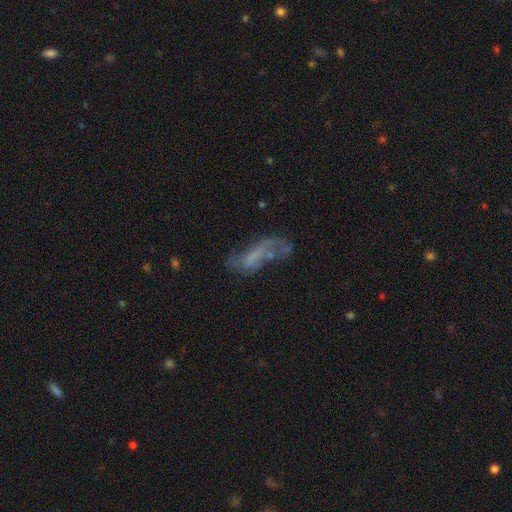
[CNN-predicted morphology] smooth_or_featured: featured or disk (p=0.54) [alt: smooth p=0.34]
disk_edge_on: no (p=0.89) [alt: yes p=0.11]
merging: none (p=0.37) [alt: major disturbance p=0.32]